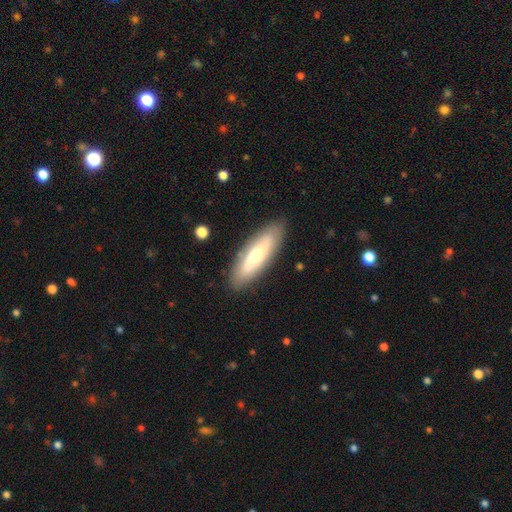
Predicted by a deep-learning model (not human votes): A smooth galaxy with no disk features (49%). Merging: none (86%).